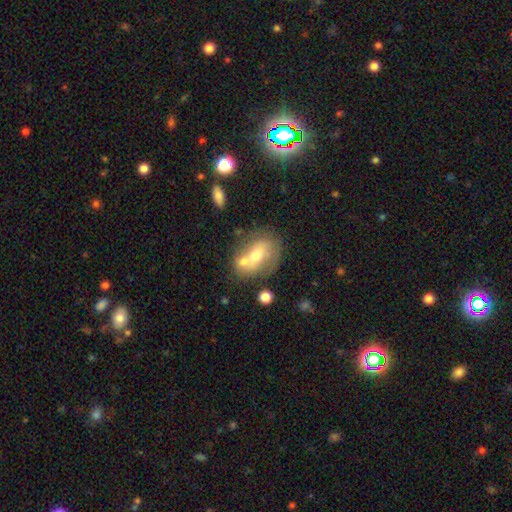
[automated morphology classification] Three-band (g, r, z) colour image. It shows a smooth galaxy with no disk features (55%) that is in between round and cigar-shaped (73%). Merging: none (39%).